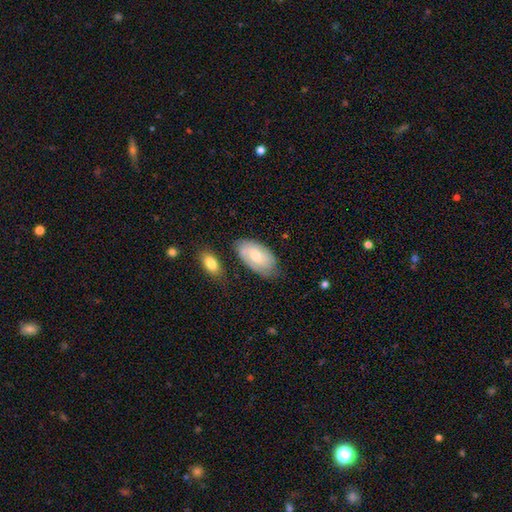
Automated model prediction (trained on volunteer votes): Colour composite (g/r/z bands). It shows a featured or disk galaxy (47%). Merging: none (65%).